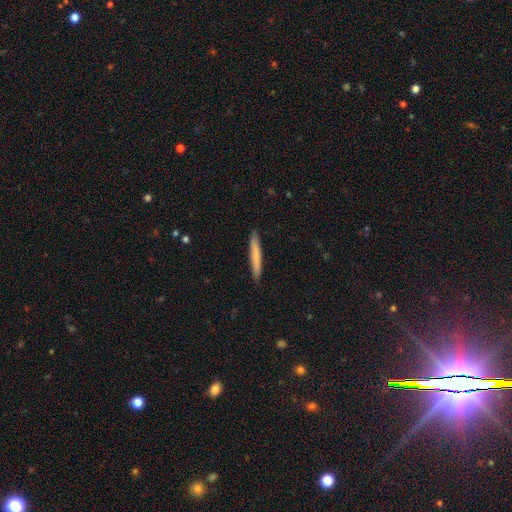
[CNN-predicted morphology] Overall: smooth (71%). How rounded: cigar-shaped (96%). Merging: none (91%).